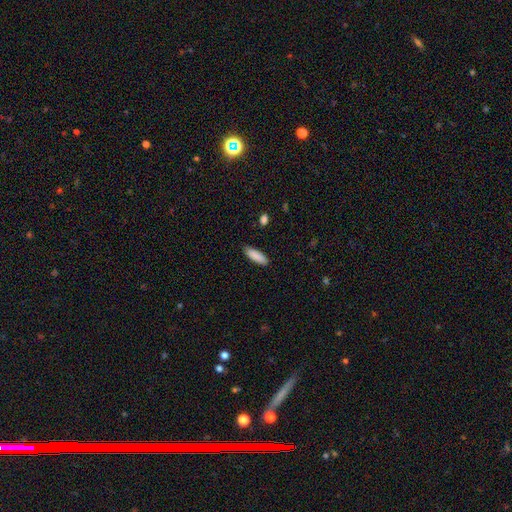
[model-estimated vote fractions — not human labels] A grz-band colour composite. It shows a smooth galaxy with no disk features (89%) that is in between round and cigar-shaped (52%). Merging: none (86%).